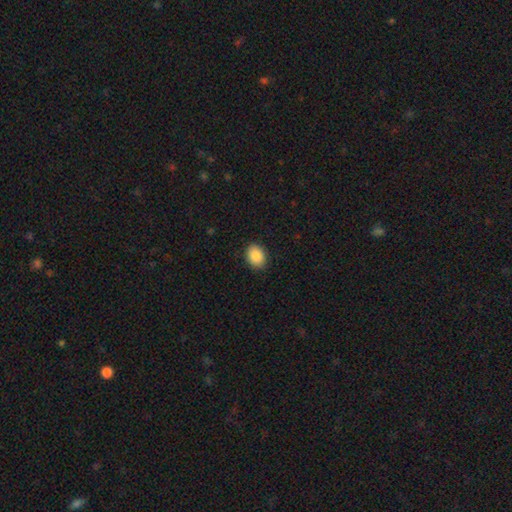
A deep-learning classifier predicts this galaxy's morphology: A smooth galaxy with no disk features (89%) that is in between round and cigar-shaped (59%).

Vote fractions:
- Smooth or featured? smooth: 89% / star or artifact: 8% / featured or disk: 4%
- How rounded? in between: 59% / round: 40% / cigar-shaped: 1%
- Merging? none: 89% / minor disturbance: 8% / major disturbance: 2% / merger: 1%